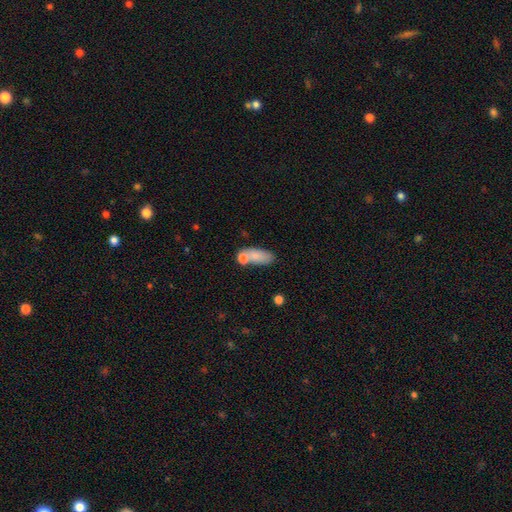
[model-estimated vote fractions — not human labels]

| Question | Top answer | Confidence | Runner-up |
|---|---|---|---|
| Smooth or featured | smooth | 79% | featured or disk (12%) |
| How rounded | in between | 79% | cigar-shaped (17%) |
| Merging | none | 53% | merger (22%) |